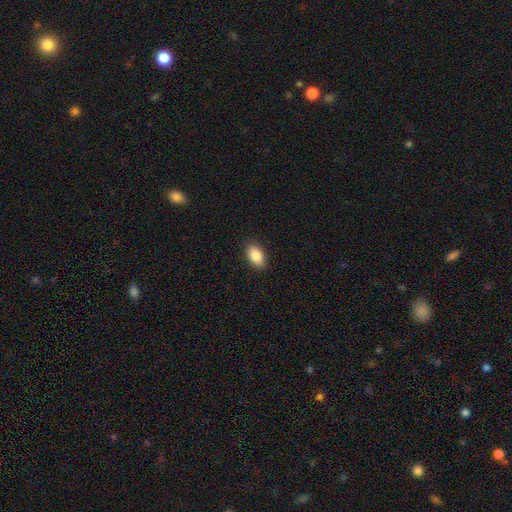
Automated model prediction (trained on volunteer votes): Smooth or featured? Predicted: smooth (p=0.87). How rounded? Predicted: in between (p=0.92). Merging? Predicted: none (p=0.89).